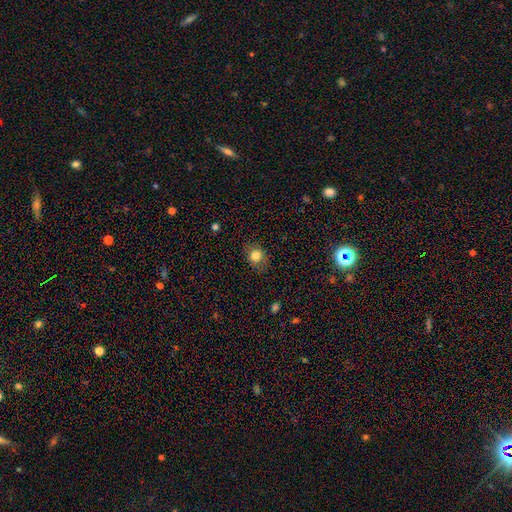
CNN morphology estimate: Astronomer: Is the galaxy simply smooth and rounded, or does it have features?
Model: smooth — 81%.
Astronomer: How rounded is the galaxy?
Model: round — 59% (runner-up: in between, 40%).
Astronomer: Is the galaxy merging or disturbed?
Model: none — 79%.